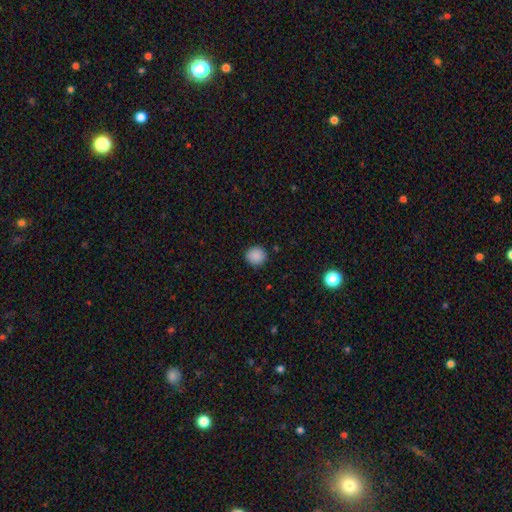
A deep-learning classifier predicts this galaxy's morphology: Smooth or featured: smooth — 88% (star or artifact — 9%)
How rounded: round — 90% (in between — 9%)
Merging: none — 90% (minor disturbance — 7%)